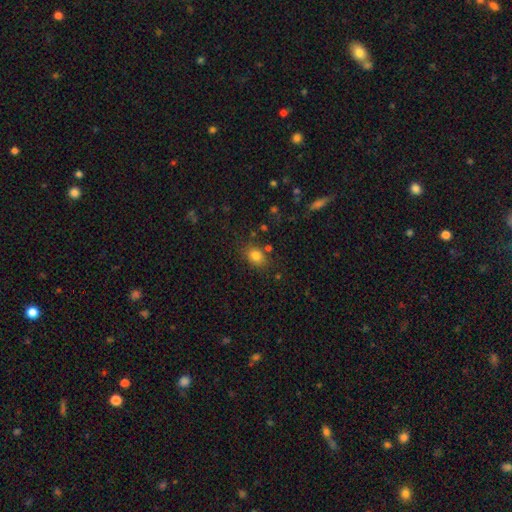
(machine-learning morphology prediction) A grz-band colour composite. It shows a smooth galaxy with no disk features (81%) that is in between round and cigar-shaped (58%). Merging: none (76%).